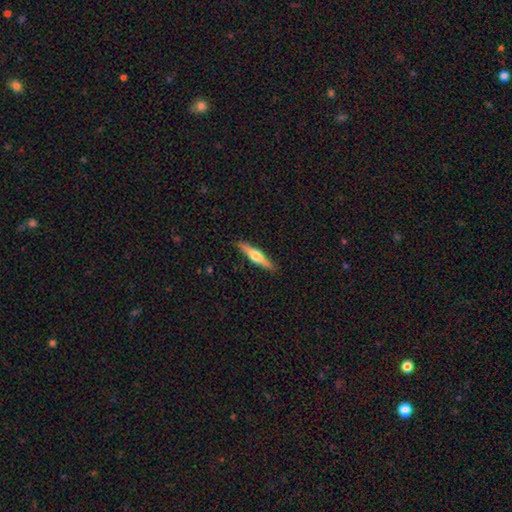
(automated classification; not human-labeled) smooth_or_featured: featured or disk (p=0.55) [alt: smooth p=0.40]
disk_edge_on: yes (p=0.96) [alt: no p=0.04]
edge_on_bulge: rounded (p=0.89) [alt: boxy p=0.06]
merging: none (p=0.89) [alt: minor disturbance p=0.08]